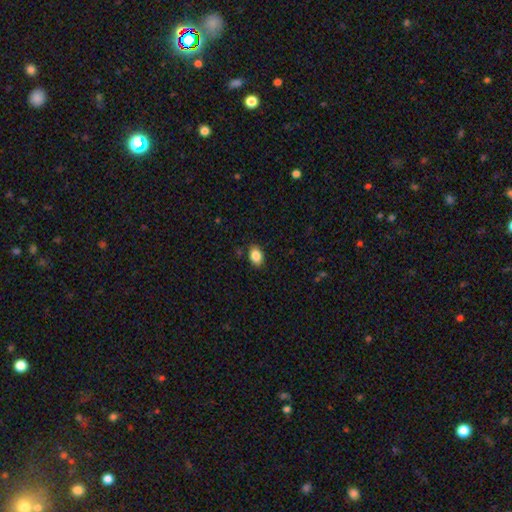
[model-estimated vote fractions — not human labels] Smooth or featured? smooth (86%)
How rounded? in between (79%)
Merging? none (85%)